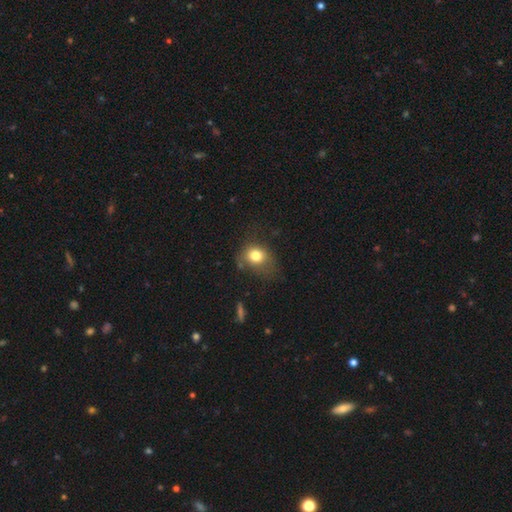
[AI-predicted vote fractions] This appears to be a smooth galaxy with no disk features (77%) that is round (56%). Merging: none (52%).